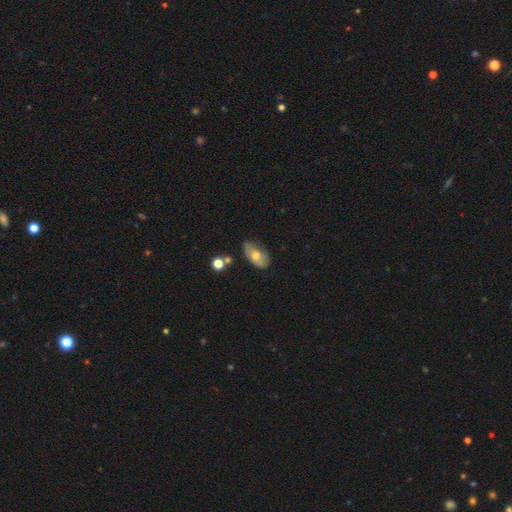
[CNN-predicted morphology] Smooth or featured?
  - smooth: 63% *
  - featured or disk: 28%
  - star or artifact: 8%
How rounded?
  - in between: 90% *
  - round: 7%
  - cigar-shaped: 3%
Merging?
  - none: 47% *
  - minor disturbance: 36%
  - major disturbance: 10%
  - merger: 7%